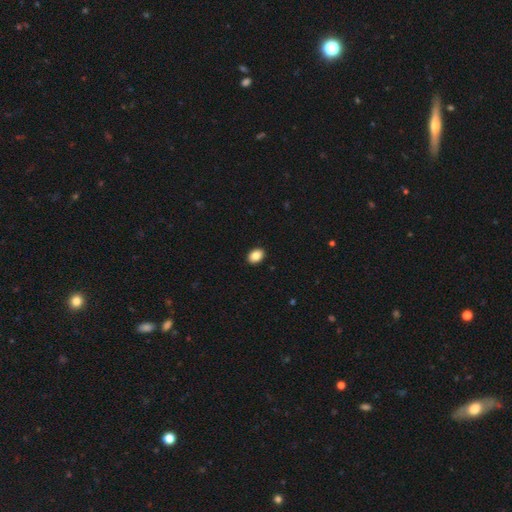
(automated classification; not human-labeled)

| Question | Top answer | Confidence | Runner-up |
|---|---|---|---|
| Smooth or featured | smooth | 87% | star or artifact (8%) |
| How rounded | in between | 75% | round (24%) |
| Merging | none | 92% | minor disturbance (6%) |